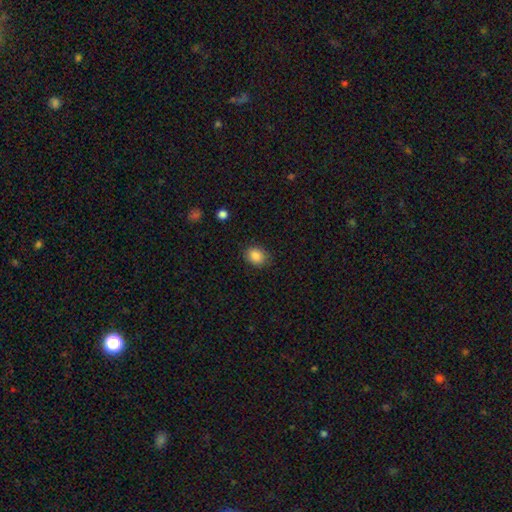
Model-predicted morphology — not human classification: type=smooth (87%); roundness=in between (50%); merging=none (84%).